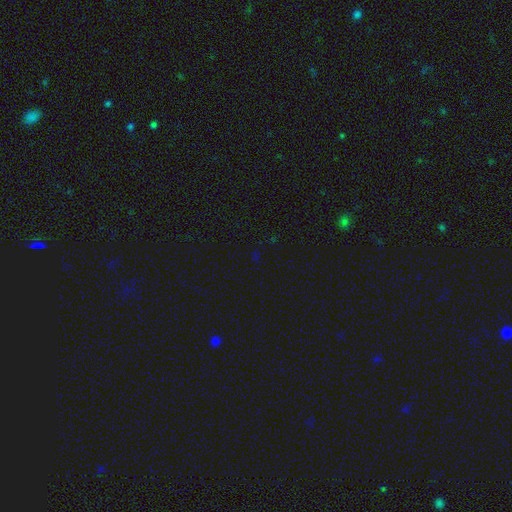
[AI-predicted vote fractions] A star or artifact, not a galaxy (73%).

Vote fractions:
- Smooth or featured? star or artifact: 73% / smooth: 20% / featured or disk: 7%